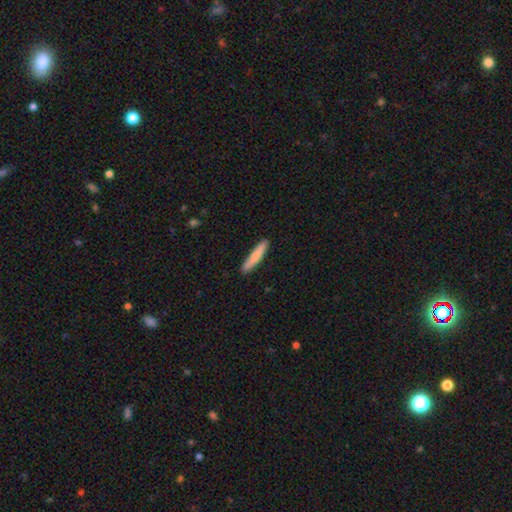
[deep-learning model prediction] Overall: smooth (80%). How rounded: cigar-shaped (91%). Merging: none (88%).